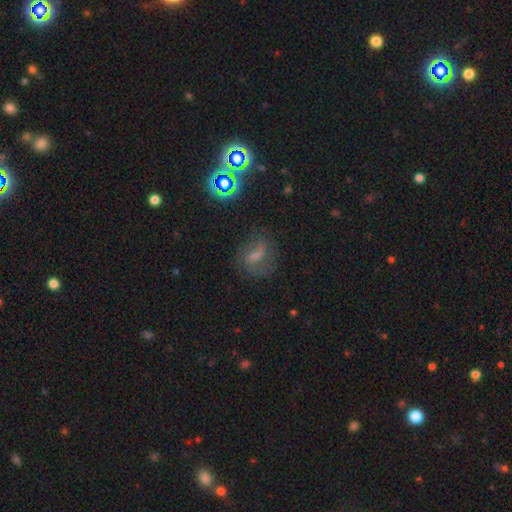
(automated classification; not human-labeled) Smooth or featured? featured or disk (46%)
Merging? none (61%)